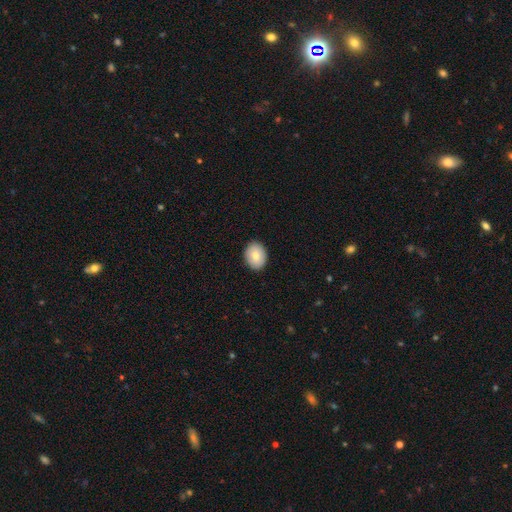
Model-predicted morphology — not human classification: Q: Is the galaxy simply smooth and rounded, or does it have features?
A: smooth — 78%.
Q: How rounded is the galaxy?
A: in between — 53%.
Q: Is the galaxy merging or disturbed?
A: none — 90%.